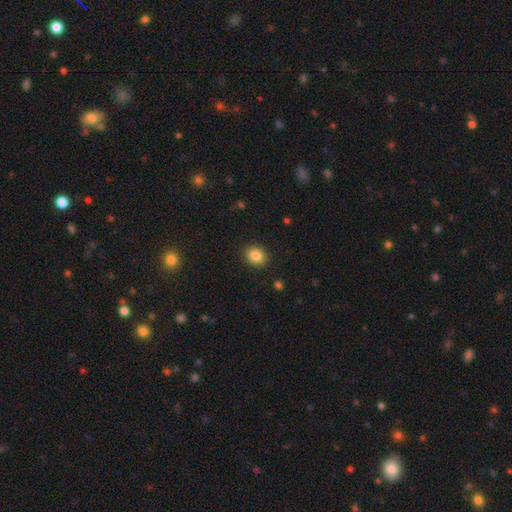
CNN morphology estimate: A smooth galaxy with no disk features (85%) that is round (65%). Merging: none (89%).